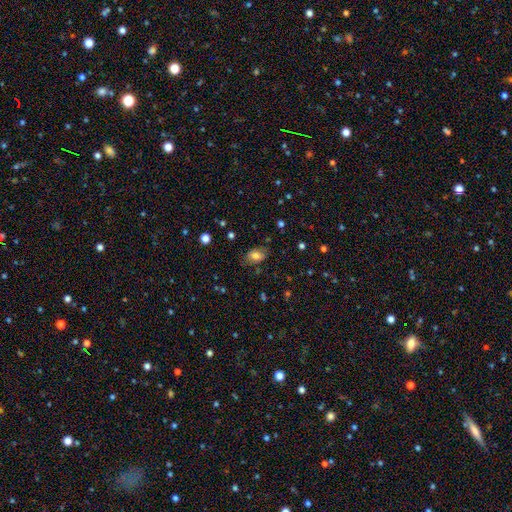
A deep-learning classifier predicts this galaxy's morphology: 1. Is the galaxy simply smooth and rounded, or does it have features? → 73% smooth, 16% featured or disk, 11% star or artifact.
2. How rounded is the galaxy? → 84% in between, 14% round, 2% cigar-shaped.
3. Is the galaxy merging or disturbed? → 74% none, 18% minor disturbance, 5% major disturbance, 2% merger.